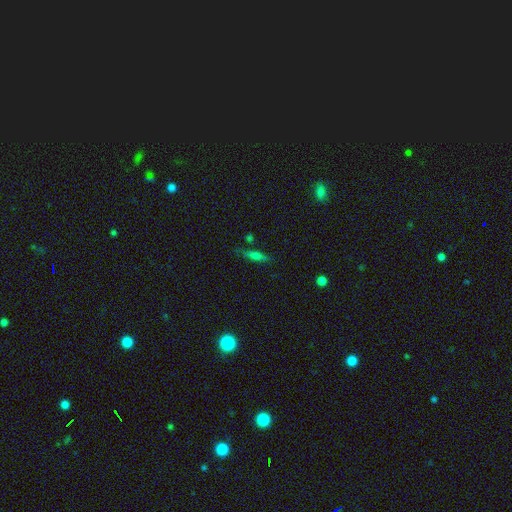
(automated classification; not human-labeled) Smooth or featured? Predicted: smooth (p=0.51). How rounded? Predicted: cigar-shaped (p=0.74). Merging? Predicted: none (p=0.79).